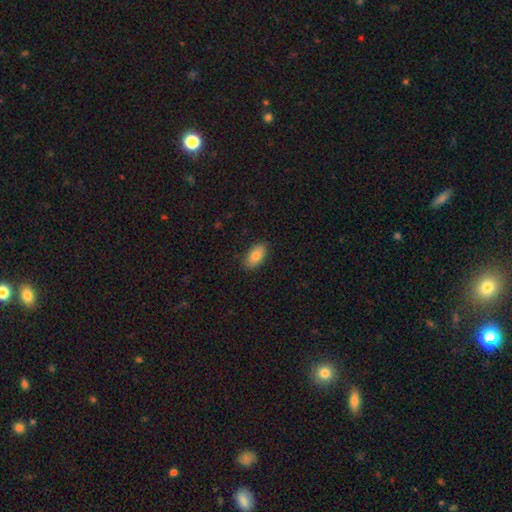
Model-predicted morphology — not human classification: Smooth or featured? Predicted: smooth (p=0.83). How rounded? Predicted: in between (p=0.93). Merging? Predicted: none (p=0.86).